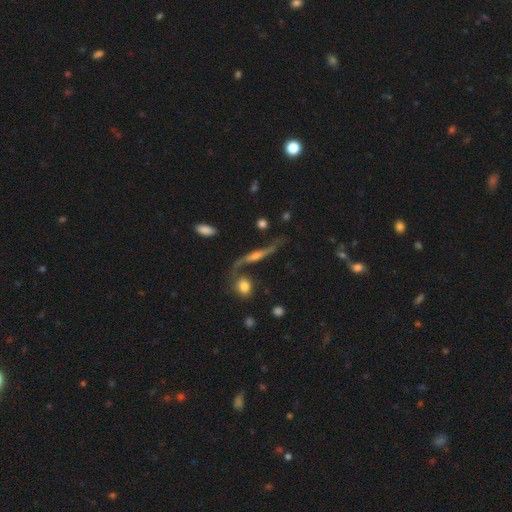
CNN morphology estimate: The model was most divided on "edge-on disk": yes: 55%, no: 45%. More confident: smooth or featured — featured or disk (79%); merging — none (62%).